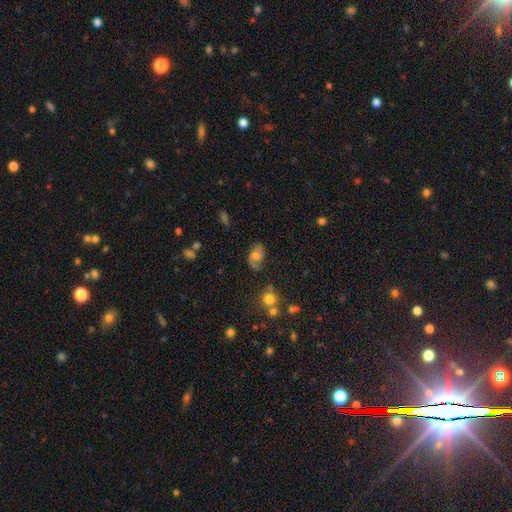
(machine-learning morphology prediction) smooth 53%, featured or disk 36%, star or artifact 10%. Down the decision tree: how rounded — in between (83%); merging — none (66%).